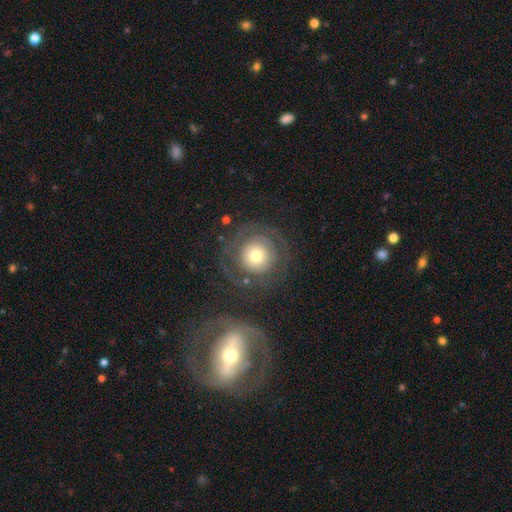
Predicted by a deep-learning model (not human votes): Smooth or featured? Predicted: featured or disk (p=0.56). Edge-on disk? Predicted: no (p=0.97). Bar? Predicted: no (p=0.87). Spiral arms? Predicted: yes (p=0.67). Bulge size? Predicted: moderate (p=0.54). Merging? Predicted: none (p=0.70).